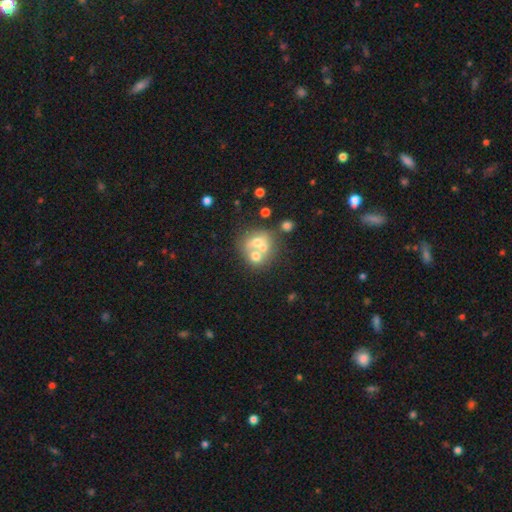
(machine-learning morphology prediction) Smooth or featured?
  - smooth: 51% *
  - featured or disk: 35%
  - star or artifact: 13%
How rounded?
  - round: 68% *
  - in between: 31%
  - cigar-shaped: 1%
Merging?
  - merger: 59% *
  - none: 27%
  - minor disturbance: 8%
  - major disturbance: 6%